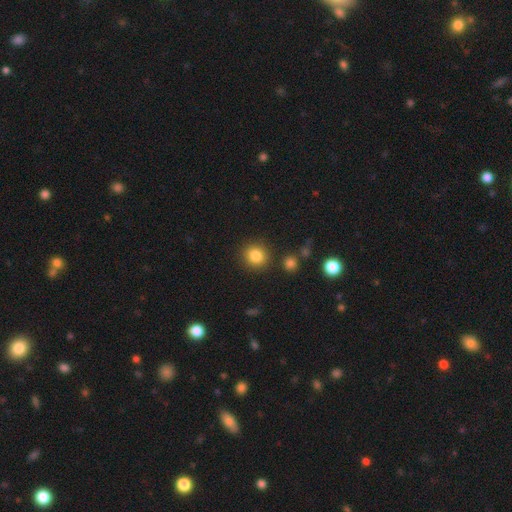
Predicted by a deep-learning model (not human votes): This is clearly a smooth galaxy (84%). How rounded: clearly round (88%). Merging: clearly none (88%).